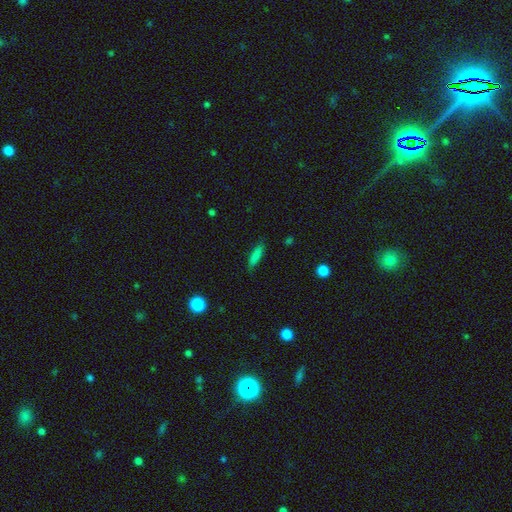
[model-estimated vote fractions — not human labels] Smooth or featured? Predicted: smooth (p=0.81). How rounded? Predicted: cigar-shaped (p=0.69). Merging? Predicted: none (p=0.80).